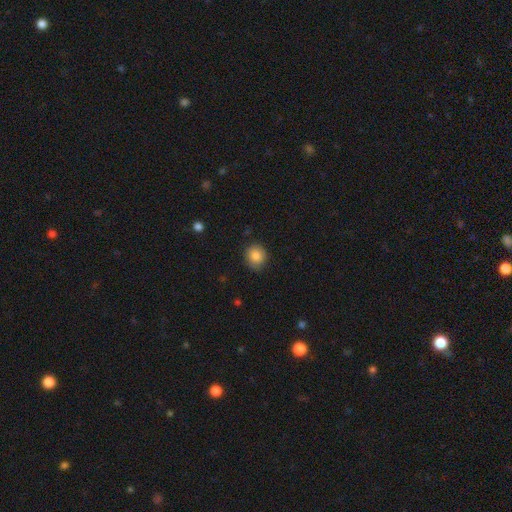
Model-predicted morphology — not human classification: Smooth or featured: smooth — 87% (star or artifact — 9%)
How rounded: round — 81% (in between — 18%)
Merging: none — 84% (minor disturbance — 12%)